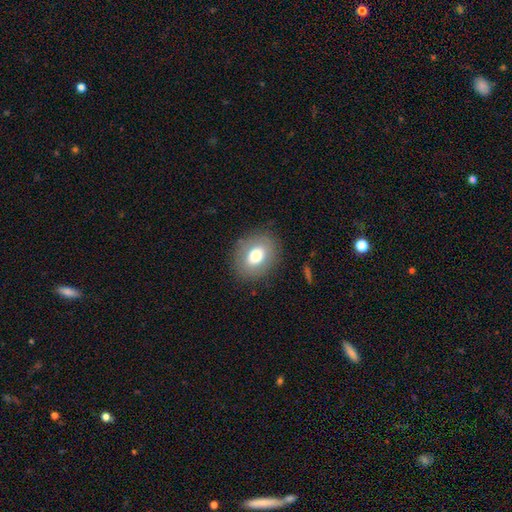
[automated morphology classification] smooth 71%, featured or disk 20%, star or artifact 9%. Down the decision tree: how rounded — in between (58%); merging — none (84%).